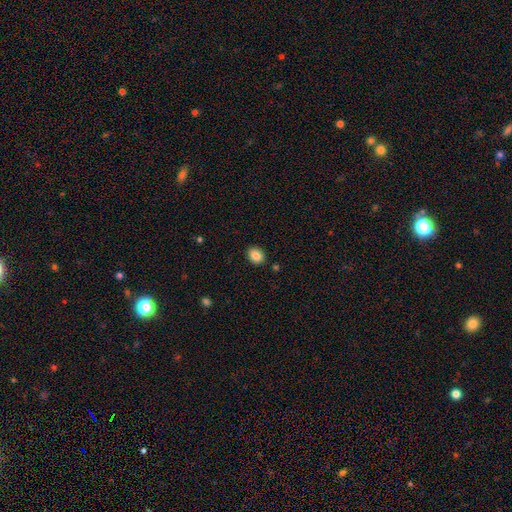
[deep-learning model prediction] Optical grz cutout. It shows a smooth galaxy with no disk features (86%) that is in between round and cigar-shaped (52%). Merging: none (89%).